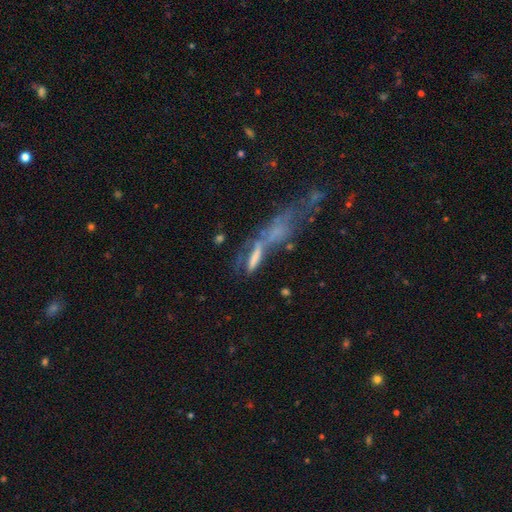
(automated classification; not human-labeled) Morphology: type=featured or disk (45%); merging=merger (40%).